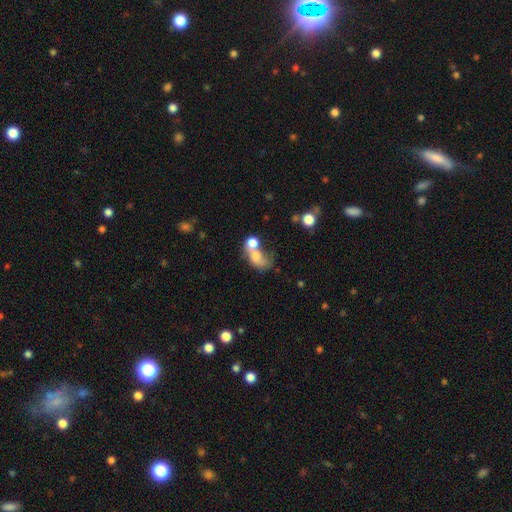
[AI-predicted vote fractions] Morphology: type=smooth (63%); roundness=in between (64%); merging=merger (60%).